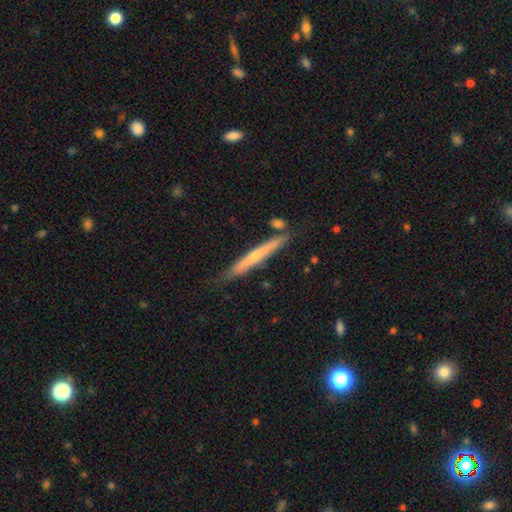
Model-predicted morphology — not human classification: This appears to be a featured or disk galaxy (53%) viewed edge-on (95%) with a rounded central bulge (51%). Merging: none (78%).